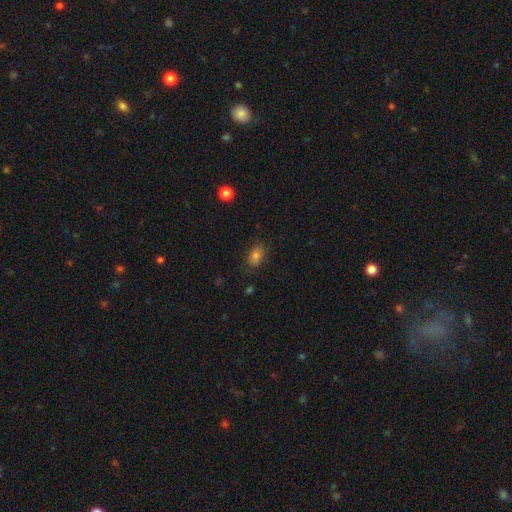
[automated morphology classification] This is clearly a smooth galaxy (80%). How rounded: clearly in between (85%). Merging: likely none (77%).